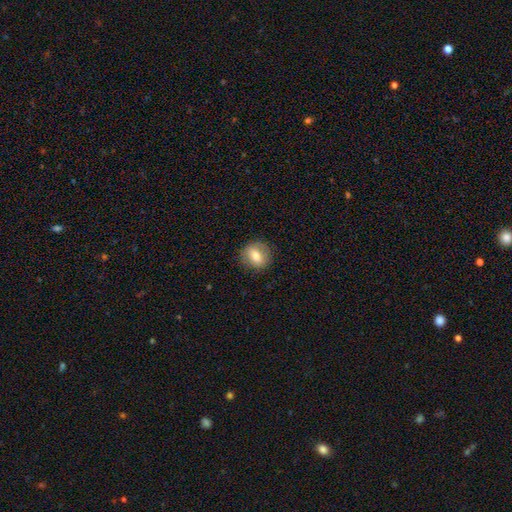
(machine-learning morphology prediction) smooth_or_featured: smooth (p=0.69) [alt: featured or disk p=0.22]
how_rounded: round (p=0.76) [alt: in between p=0.23]
merging: none (p=0.85) [alt: minor disturbance p=0.11]